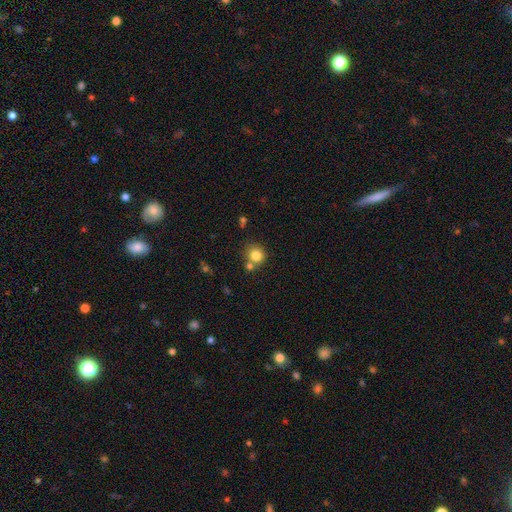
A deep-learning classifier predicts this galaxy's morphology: Overall: smooth (81%). How rounded: round (86%). Merging: none (65%).